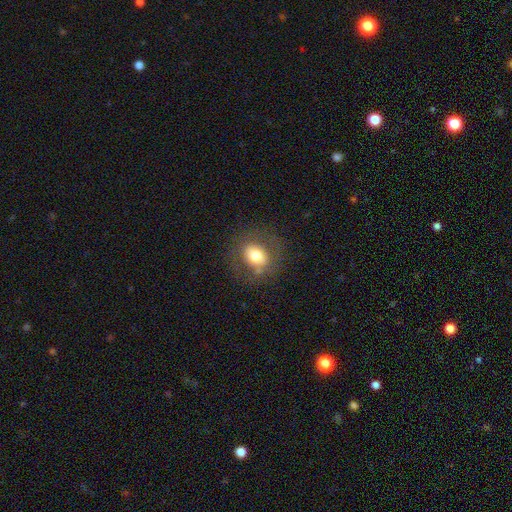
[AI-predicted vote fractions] The model was most divided on "how rounded": round: 57%, in between: 41%, cigar-shaped: 1%. More confident: merging — none (78%); smooth or featured — smooth (68%).